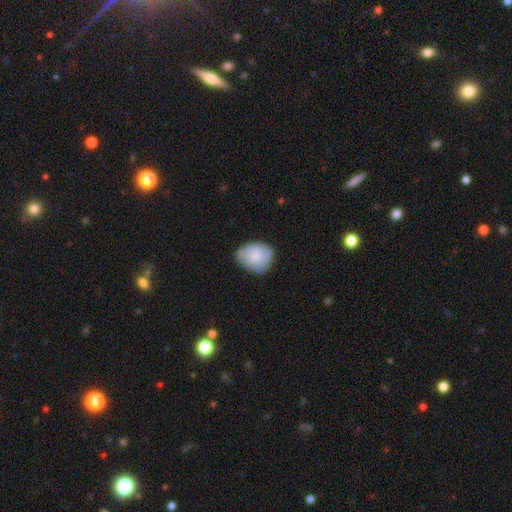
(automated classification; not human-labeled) Smooth or featured? Predicted: smooth (p=0.68). How rounded? Predicted: in between (p=0.50). Merging? Predicted: none (p=0.63).